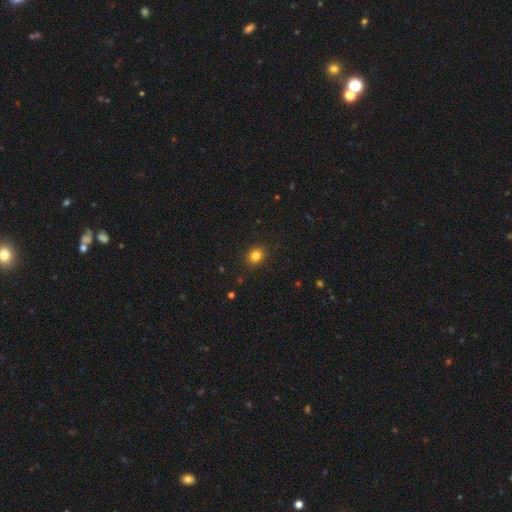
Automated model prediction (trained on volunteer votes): smooth 83%, star or artifact 12%, featured or disk 6%. Down the decision tree: how rounded — round (67%); merging — none (91%).